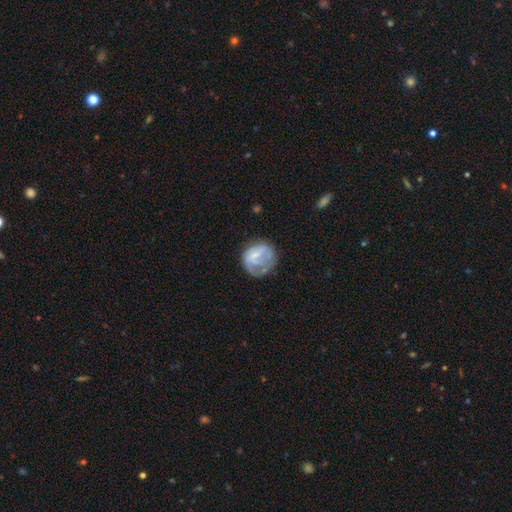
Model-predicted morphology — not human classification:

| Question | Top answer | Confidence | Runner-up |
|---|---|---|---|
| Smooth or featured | featured or disk | 46% | tied: smooth (46%) |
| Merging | none | 43% | major disturbance (29%) |